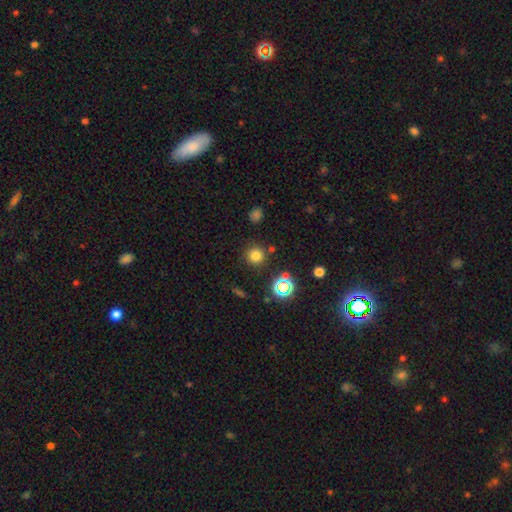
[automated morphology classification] smooth_or_featured: smooth (p=0.74) [alt: star or artifact p=0.20]
how_rounded: round (p=0.94) [alt: in between p=0.05]
merging: none (p=0.85) [alt: minor disturbance p=0.08]